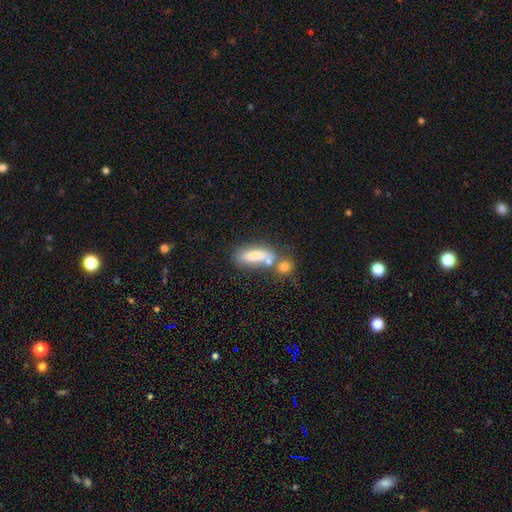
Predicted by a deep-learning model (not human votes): A smooth galaxy with no disk features (75%) that is in between round and cigar-shaped (60%).

Vote fractions:
- Smooth or featured? smooth: 75% / featured or disk: 17% / star or artifact: 9%
- How rounded? in between: 60% / cigar-shaped: 35% / round: 5%
- Merging? none: 42% / merger: 33% / minor disturbance: 16% / major disturbance: 9%